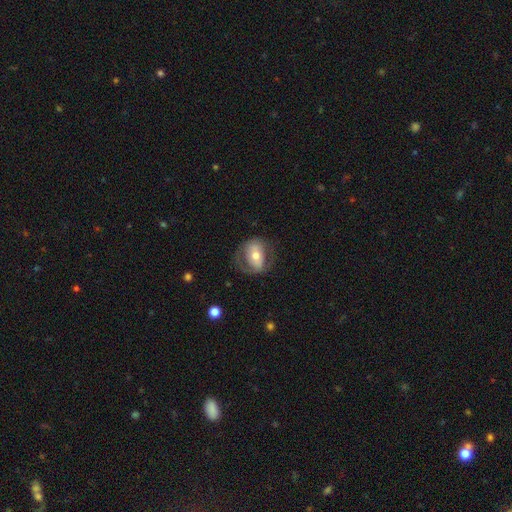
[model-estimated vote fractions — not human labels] smooth-or-featured: featured or disk: 53% | smooth: 41% | star or artifact: 6%
  disk-edge-on: no: 93% | yes: 7%
  merging: none: 62% | minor disturbance: 20% | major disturbance: 17% | merger: 1%